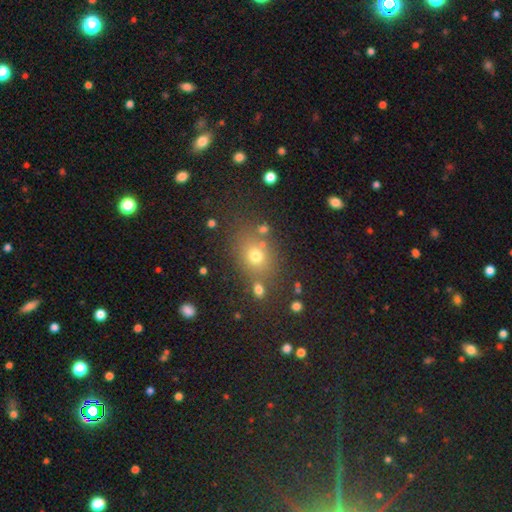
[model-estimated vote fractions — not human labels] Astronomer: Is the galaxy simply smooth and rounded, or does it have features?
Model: smooth — 69%.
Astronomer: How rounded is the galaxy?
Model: round — 56% (runner-up: in between, 42%).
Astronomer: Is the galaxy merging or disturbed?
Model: none — 70%.